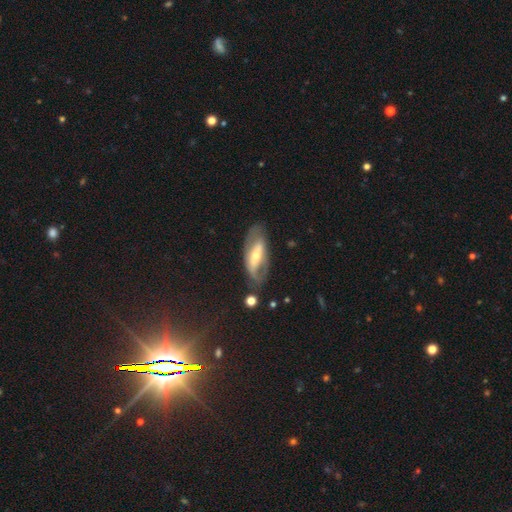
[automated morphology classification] Smooth or featured: featured or disk — 69% (smooth — 25%)
Edge-on disk: no — 84% (yes — 16%)
Bar: strong — 55% (weak — 25%)
Spiral arms: yes — 55% (no — 45%)
Bulge size: moderate — 51% (small — 41%)
Merging: none — 67% (minor disturbance — 19%)